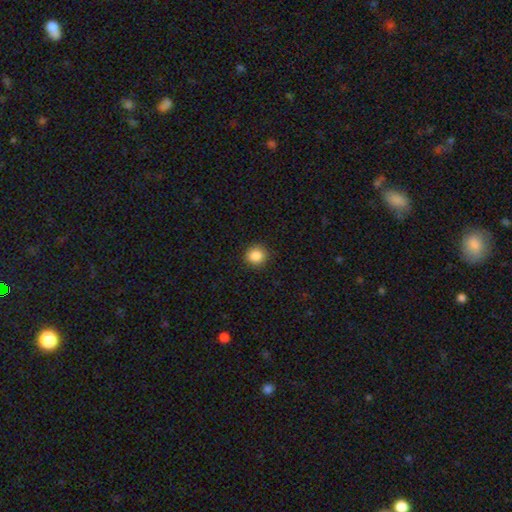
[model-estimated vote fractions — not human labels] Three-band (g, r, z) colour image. It shows a smooth galaxy with no disk features (87%) that is round (91%). Merging: none (90%).